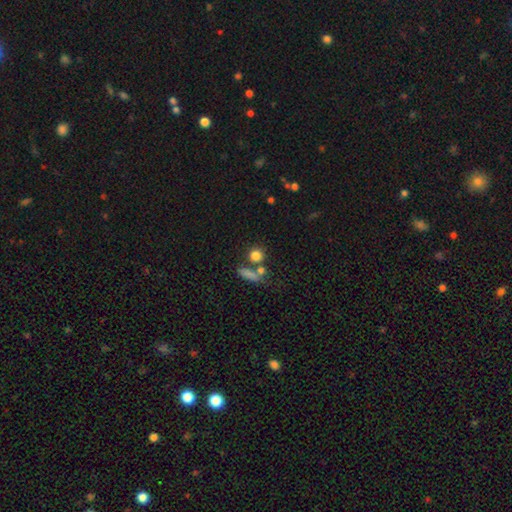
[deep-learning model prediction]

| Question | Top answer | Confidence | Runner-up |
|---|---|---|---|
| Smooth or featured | smooth | 80% | star or artifact (12%) |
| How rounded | round | 83% | in between (13%) |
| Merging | none | 61% | merger (24%) |